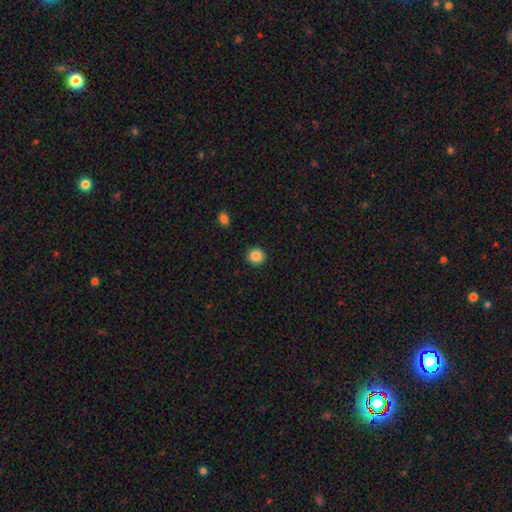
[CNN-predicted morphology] Smooth or featured? smooth (86%)
How rounded? round (91%)
Merging? none (92%)